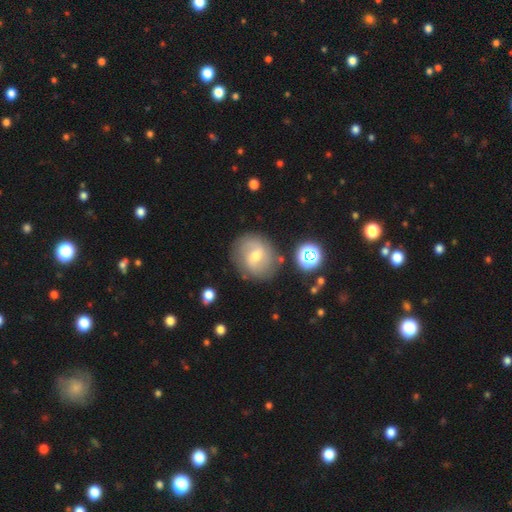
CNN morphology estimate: A featured or disk galaxy (57%) with a weak bar (57%), spiral arms (80%) and a moderate central bulge (58%). Merging: none (77%).